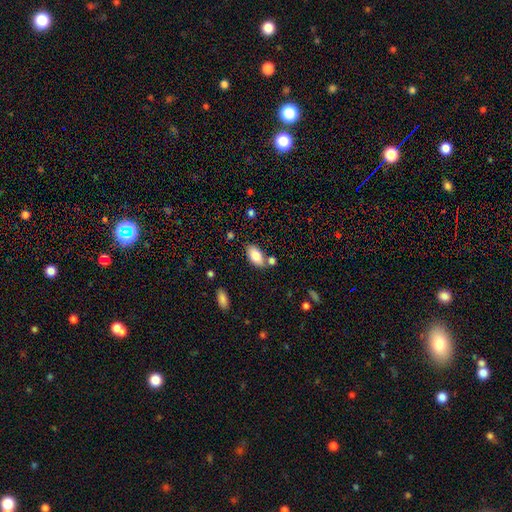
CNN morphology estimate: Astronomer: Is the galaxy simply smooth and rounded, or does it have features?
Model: smooth — 81%.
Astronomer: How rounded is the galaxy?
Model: in between — 93%.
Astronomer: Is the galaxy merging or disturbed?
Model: none — 71%.